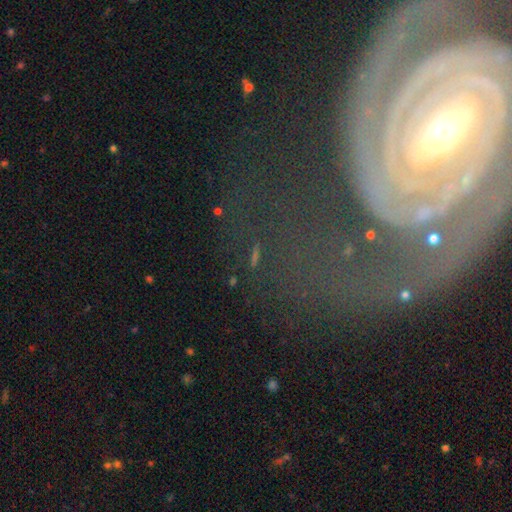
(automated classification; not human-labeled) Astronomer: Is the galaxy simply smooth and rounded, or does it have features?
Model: featured or disk — 40% (runner-up: star or artifact, 38%).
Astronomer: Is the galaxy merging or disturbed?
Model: none — 56%.